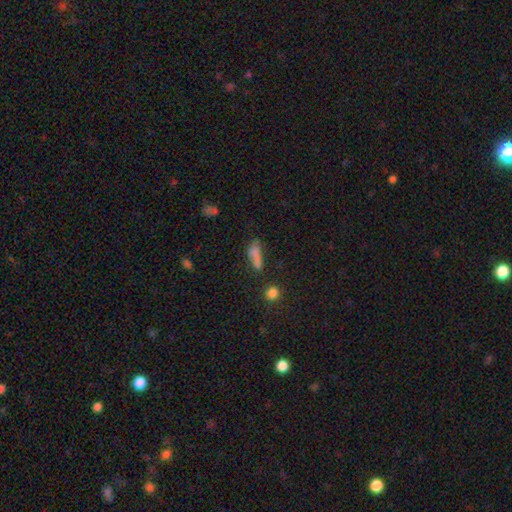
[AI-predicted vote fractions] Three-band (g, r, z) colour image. It shows a smooth galaxy with no disk features (71%) that is in between round and cigar-shaped (48%). Merging: none (44%).